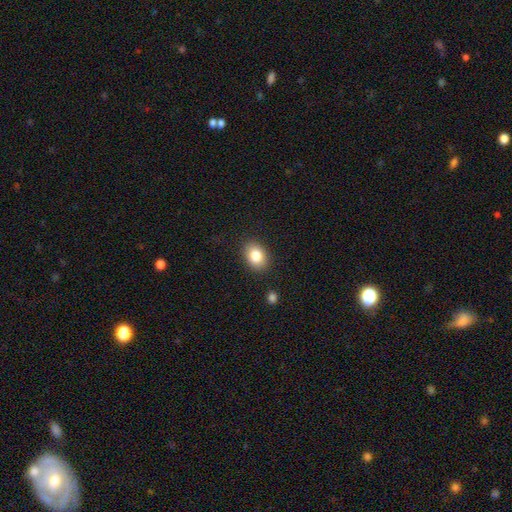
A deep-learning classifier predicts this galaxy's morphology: Smooth or featured?
  - smooth: 83% *
  - star or artifact: 9%
  - featured or disk: 8%
How rounded?
  - in between: 72% *
  - round: 27%
  - cigar-shaped: 1%
Merging?
  - none: 87% *
  - minor disturbance: 9%
  - major disturbance: 2%
  - merger: 2%